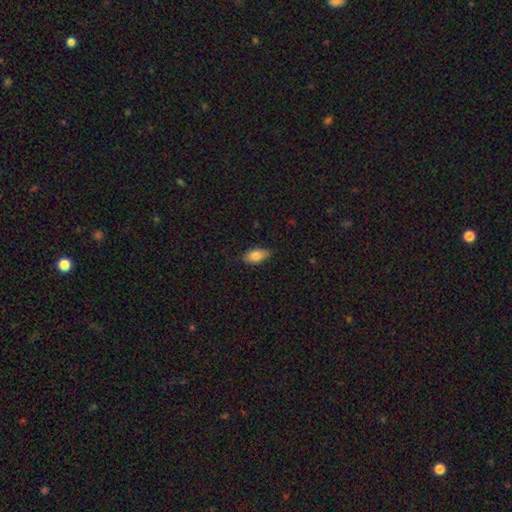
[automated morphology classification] Smooth or featured?
  - smooth: 81% *
  - featured or disk: 12%
  - star or artifact: 7%
How rounded?
  - in between: 90% *
  - cigar-shaped: 5%
  - round: 5%
Merging?
  - none: 82% *
  - minor disturbance: 15%
  - major disturbance: 2%
  - merger: 1%